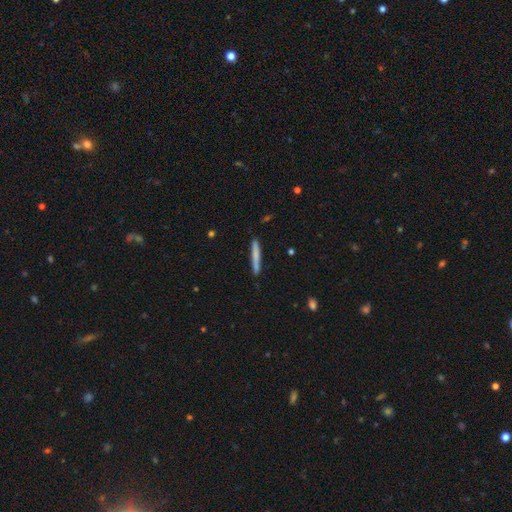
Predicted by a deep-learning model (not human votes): smooth-or-featured: smooth: 74% | featured or disk: 21% | star or artifact: 6%
  how-rounded: cigar-shaped: 96% | in between: 3% | round: 1%
  merging: none: 86% | minor disturbance: 11% | merger: 2% | major disturbance: 2%